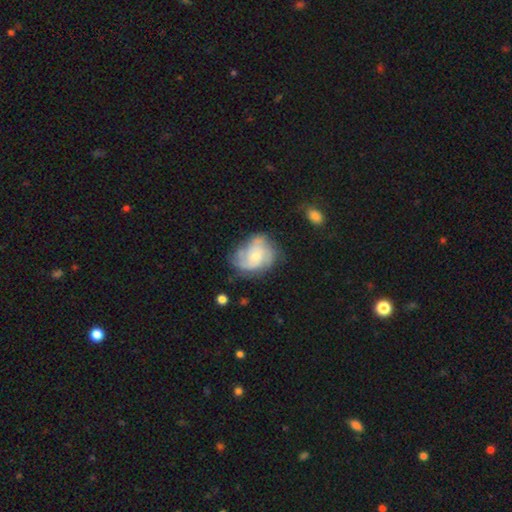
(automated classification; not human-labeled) Smooth or featured? featured or disk (64%)
Edge-on disk? no (97%)
Bar? no (72%)
Spiral arms? yes (80%)
Bulge size? small (51%)
Merging? none (55%)